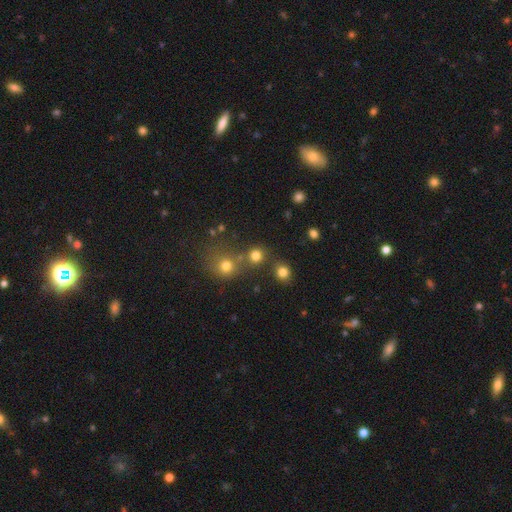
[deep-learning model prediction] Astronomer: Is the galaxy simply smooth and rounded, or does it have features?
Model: smooth — 79%.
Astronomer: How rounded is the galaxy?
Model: round — 89%.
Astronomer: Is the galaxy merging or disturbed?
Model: none — 71%.